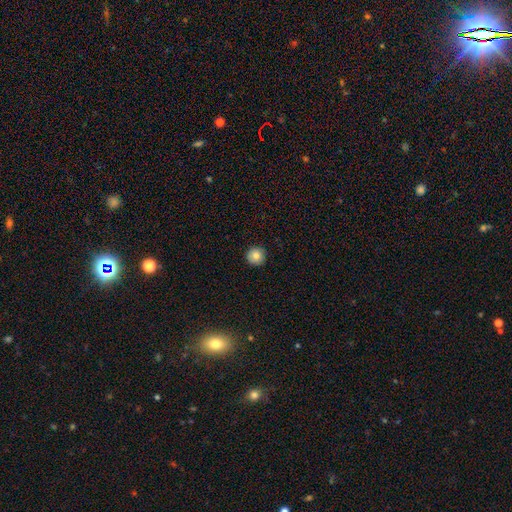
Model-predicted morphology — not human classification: This is clearly a smooth galaxy (82%). How rounded: clearly round (95%). Merging: clearly none (91%).